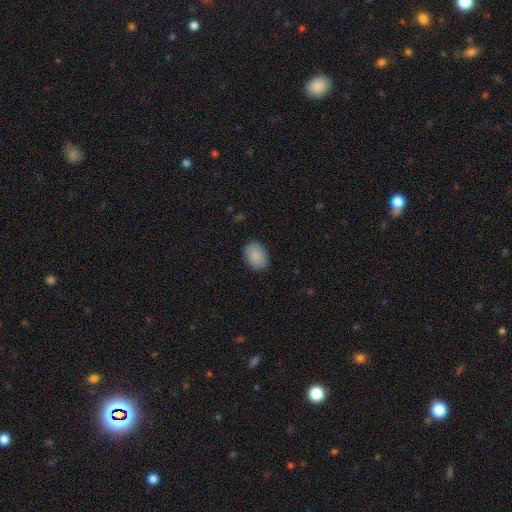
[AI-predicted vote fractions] Overall: smooth (88%). How rounded: in between (81%). Merging: none (85%).